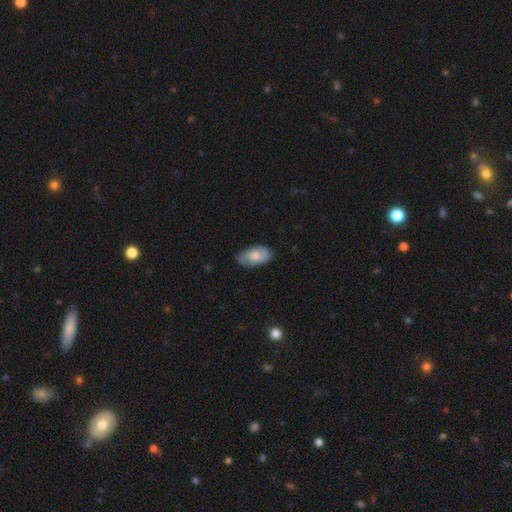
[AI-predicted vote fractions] Smooth or featured? Predicted: smooth (p=0.51). How rounded? Predicted: in between (p=0.92). Merging? Predicted: none (p=0.75).